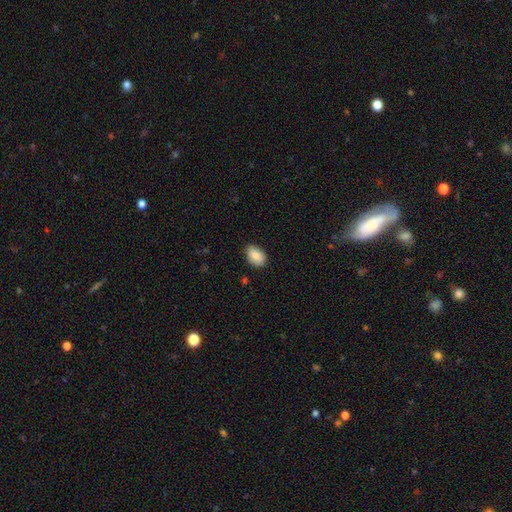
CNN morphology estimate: smooth_or_featured: smooth (p=0.86) [alt: star or artifact p=0.07]
how_rounded: in between (p=0.87) [alt: round p=0.12]
merging: none (p=0.80) [alt: minor disturbance p=0.16]